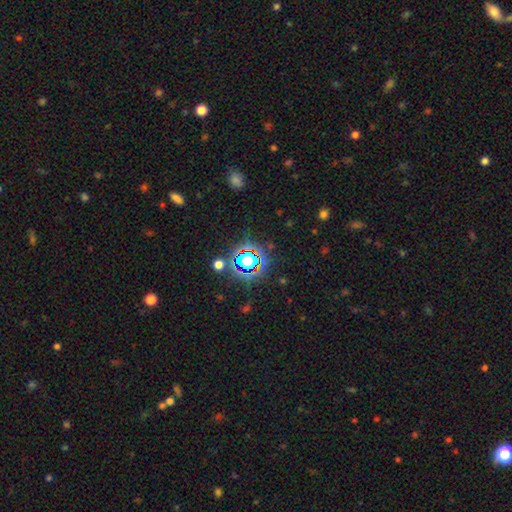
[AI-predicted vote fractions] Smooth or featured: star or artifact — 76% (smooth — 15%)